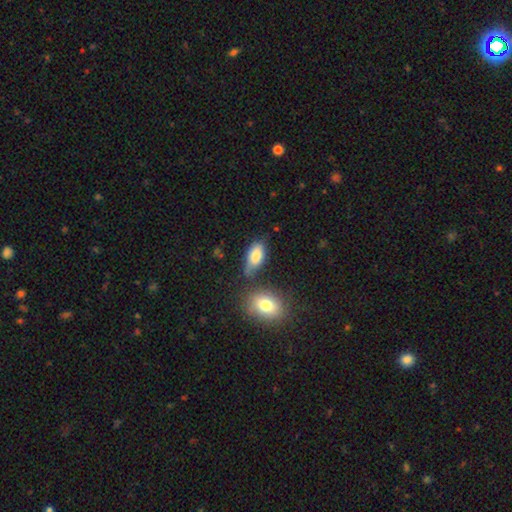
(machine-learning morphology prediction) This is clearly a smooth galaxy (80%). How rounded: clearly in between (91%). Merging: possibly none (54%).